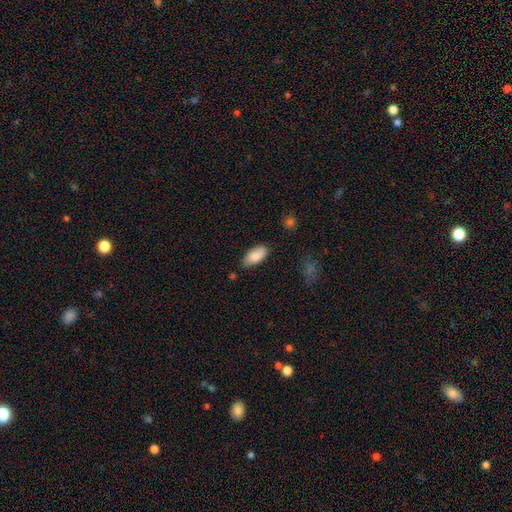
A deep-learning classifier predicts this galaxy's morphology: Smooth or featured?
  - smooth: 83% *
  - featured or disk: 11%
  - star or artifact: 6%
How rounded?
  - in between: 92% *
  - cigar-shaped: 5%
  - round: 2%
Merging?
  - none: 76% *
  - minor disturbance: 18%
  - major disturbance: 3%
  - merger: 3%